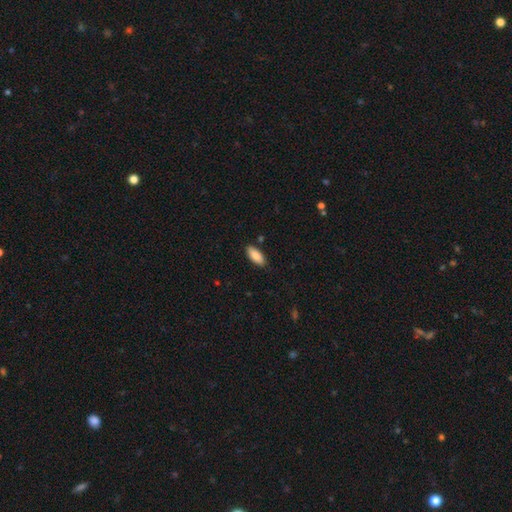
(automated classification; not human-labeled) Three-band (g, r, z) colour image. It shows a smooth galaxy with no disk features (89%) that is in between round and cigar-shaped (83%). Merging: none (85%).